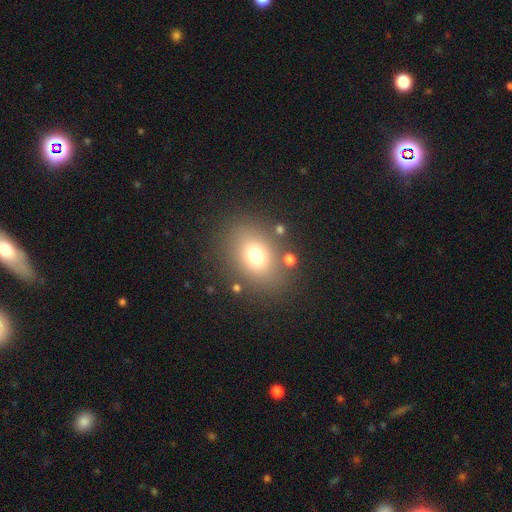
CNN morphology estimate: smooth 71%, star or artifact 15%, featured or disk 13%. Down the decision tree: how rounded — in between (57%); merging — none (78%).